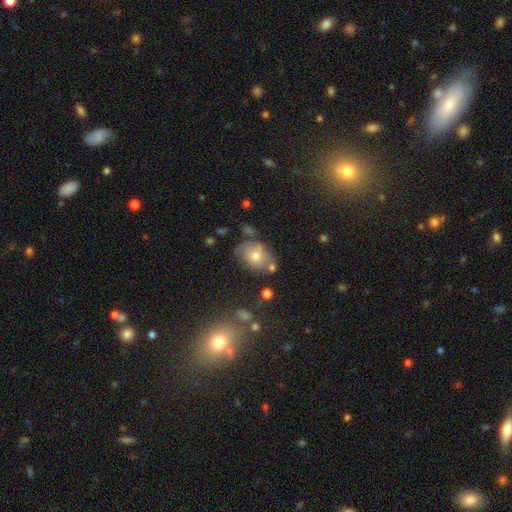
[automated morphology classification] Overall: smooth (63%; featured or disk 26%). How rounded: in between (66%; round 33%). Merging: none (56%; minor disturbance 23%).